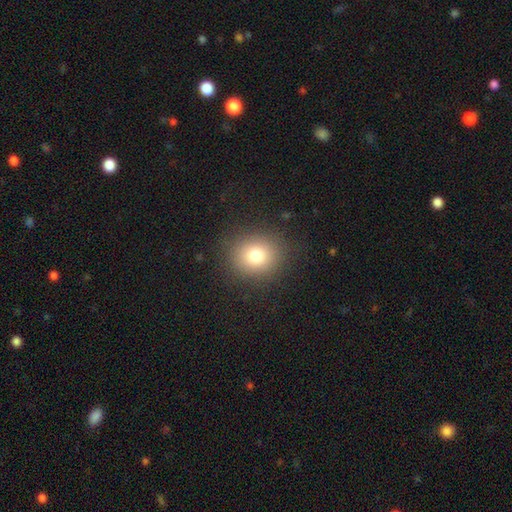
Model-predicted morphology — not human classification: This appears to be a smooth galaxy with no disk features (78%) that is round (79%). Merging: none (87%).